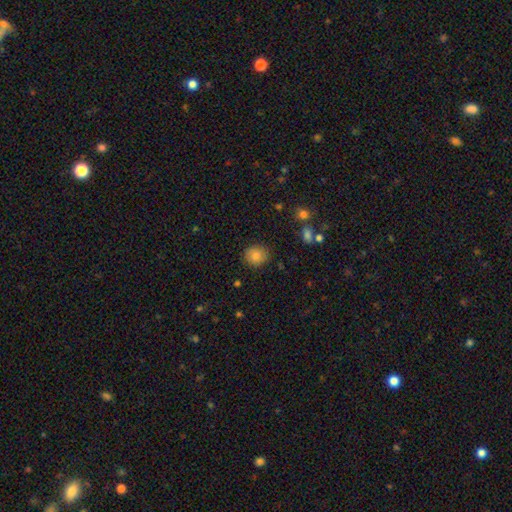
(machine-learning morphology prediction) Overall: smooth (78%). How rounded: round (82%). Merging: none (85%).